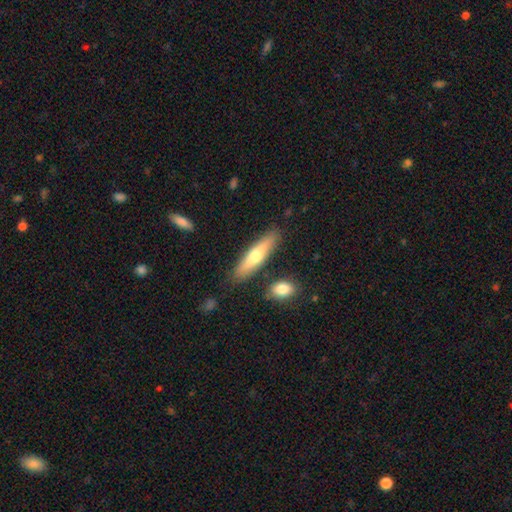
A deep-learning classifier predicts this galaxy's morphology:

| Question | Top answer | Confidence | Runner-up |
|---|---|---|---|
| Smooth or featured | smooth | 56% | featured or disk (38%) |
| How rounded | cigar-shaped | 78% | in between (20%) |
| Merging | none | 84% | minor disturbance (10%) |